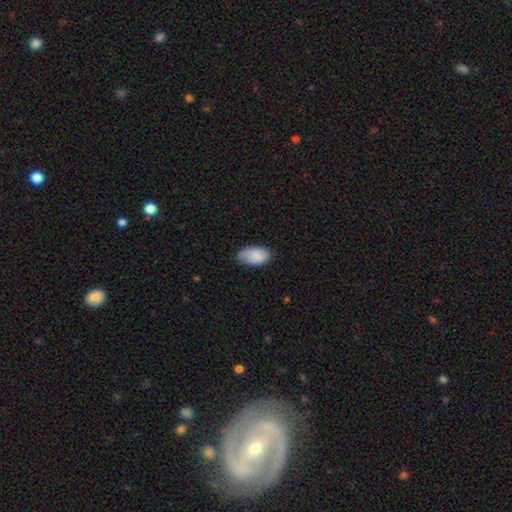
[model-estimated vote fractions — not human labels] Morphology: type=smooth (84%); roundness=in between (94%); merging=none (57%).